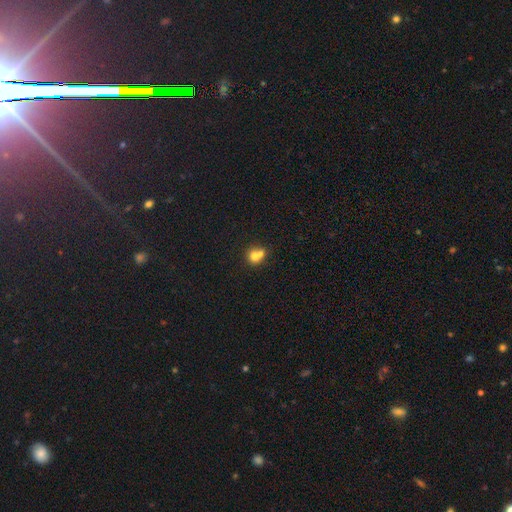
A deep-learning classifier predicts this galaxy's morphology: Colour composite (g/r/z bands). It shows a smooth galaxy with no disk features (73%) that is round (78%). Merging: merger (58%).